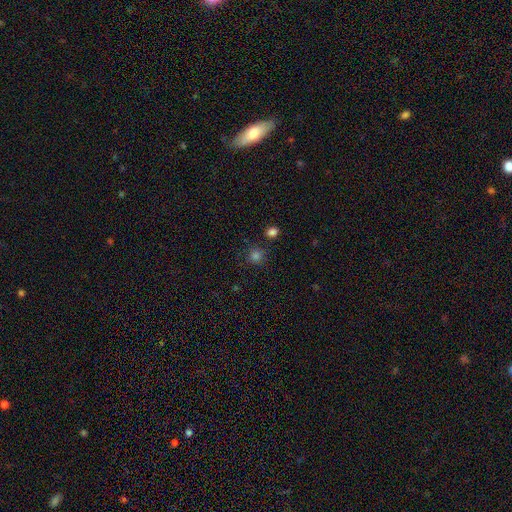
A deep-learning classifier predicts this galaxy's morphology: type=smooth (76%); roundness=round (93%); merging=none (83%).